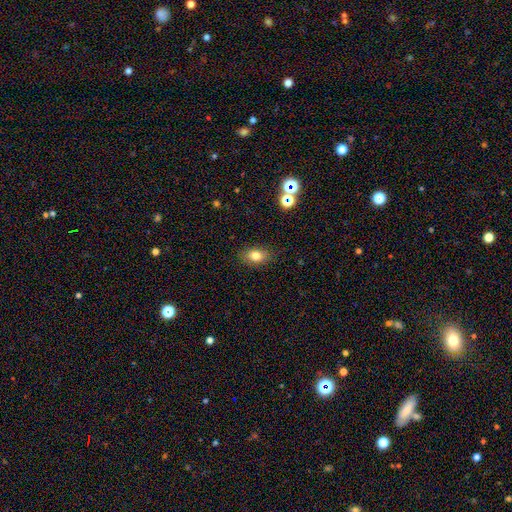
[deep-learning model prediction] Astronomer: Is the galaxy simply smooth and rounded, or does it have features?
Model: smooth — 78%.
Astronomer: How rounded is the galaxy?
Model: in between — 78%.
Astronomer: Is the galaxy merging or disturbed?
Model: none — 85%.